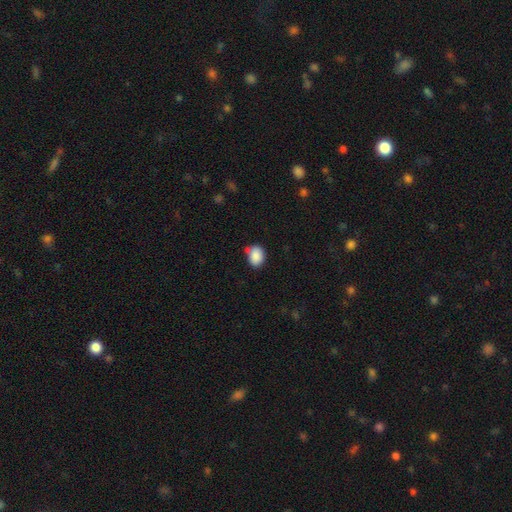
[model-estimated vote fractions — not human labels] Morphology: type=smooth (87%); roundness=in between (63%); merging=none (61%).